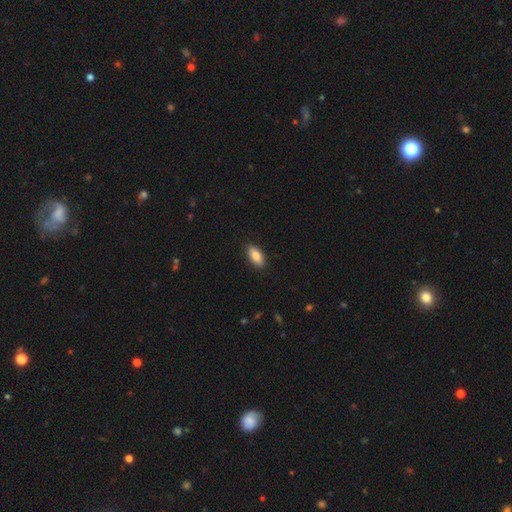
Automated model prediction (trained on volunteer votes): smooth-or-featured: smooth: 85% | featured or disk: 9% | star or artifact: 6%
  how-rounded: in between: 87% | cigar-shaped: 11% | round: 2%
  merging: none: 90% | minor disturbance: 8% | major disturbance: 2% | merger: 1%